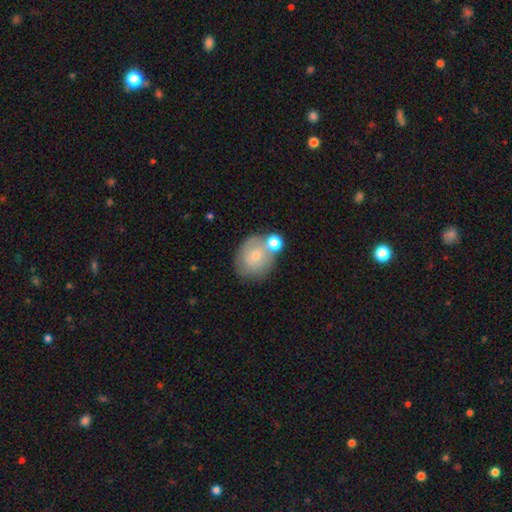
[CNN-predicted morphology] The model was most divided on "how rounded": round: 58%, in between: 40%, cigar-shaped: 1%. Remaining: smooth or featured — smooth (58%); merging — none (48%).